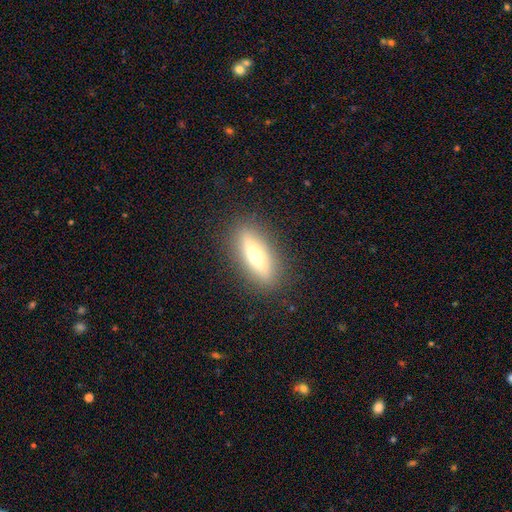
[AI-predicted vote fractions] A smooth galaxy with no disk features (47%).

Vote fractions:
- Smooth or featured? smooth: 47% / featured or disk: 46% / star or artifact: 8%
- Merging? none: 88% / minor disturbance: 8% / major disturbance: 3% / merger: 1%